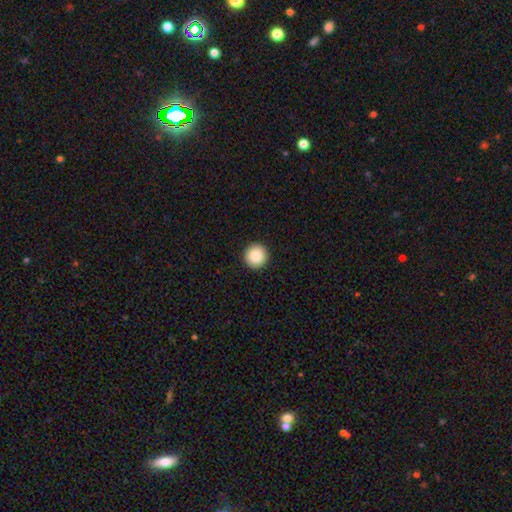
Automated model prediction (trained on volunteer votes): Smooth or featured? smooth (88%)
How rounded? round (96%)
Merging? none (94%)